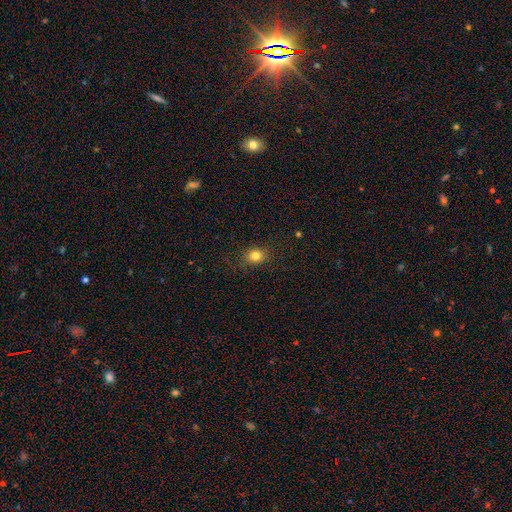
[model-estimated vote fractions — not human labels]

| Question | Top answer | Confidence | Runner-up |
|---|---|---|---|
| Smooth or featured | smooth | 81% | star or artifact (12%) |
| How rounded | round | 55% | in between (44%) |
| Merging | none | 82% | minor disturbance (13%) |